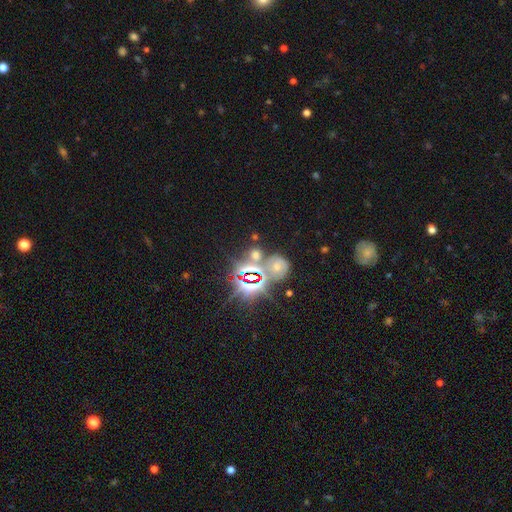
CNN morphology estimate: Smooth or featured? star or artifact (52%)